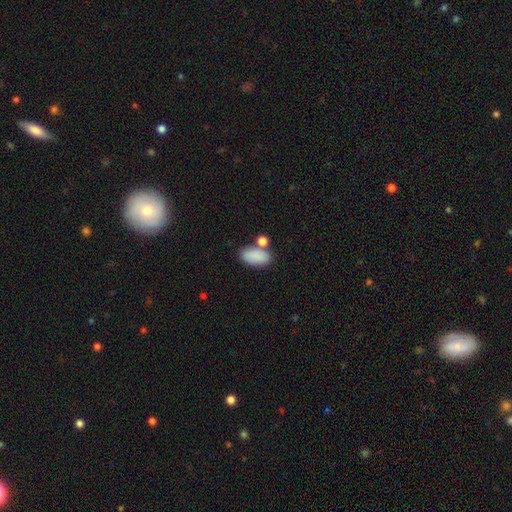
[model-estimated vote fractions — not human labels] smooth-or-featured: smooth: 86% | star or artifact: 7% | featured or disk: 7%
  how-rounded: in between: 92% | round: 4% | cigar-shaped: 4%
  merging: none: 62% | merger: 20% | minor disturbance: 13% | major disturbance: 4%